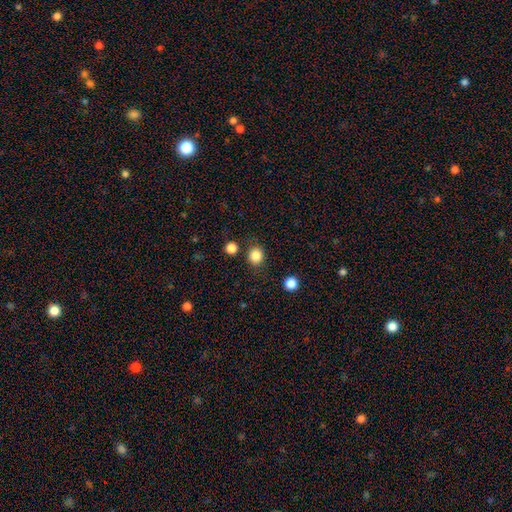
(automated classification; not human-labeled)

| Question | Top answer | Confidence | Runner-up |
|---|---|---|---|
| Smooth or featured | smooth | 85% | star or artifact (11%) |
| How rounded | round | 80% | in between (19%) |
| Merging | none | 86% | minor disturbance (8%) |